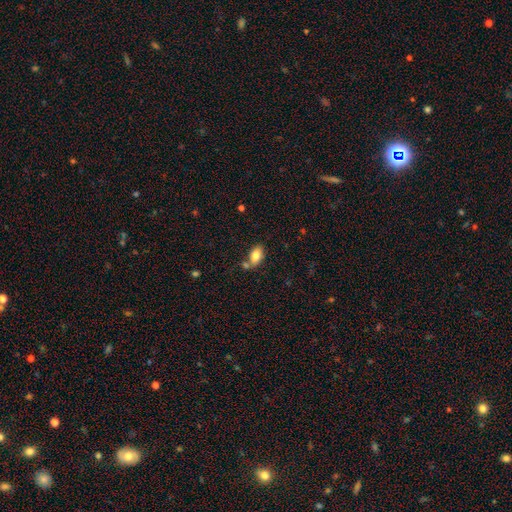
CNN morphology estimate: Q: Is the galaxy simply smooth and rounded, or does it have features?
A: smooth — 80%.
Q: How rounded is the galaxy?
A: in between — 91%.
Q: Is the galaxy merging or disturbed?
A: none — 63%.